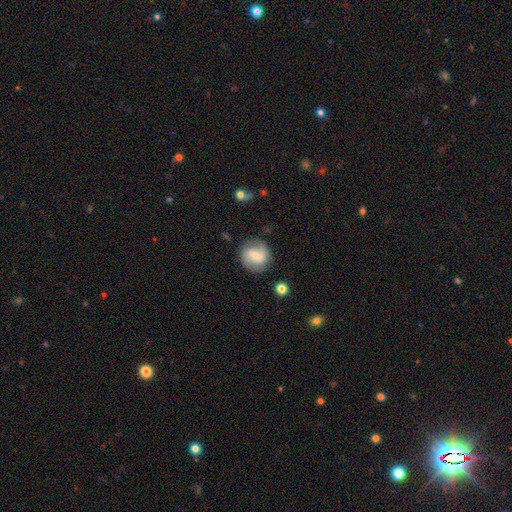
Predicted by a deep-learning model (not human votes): This is possibly a featured or disk galaxy (52%). It is clearly not viewed edge-on (97%). Merging: likely none (79%).